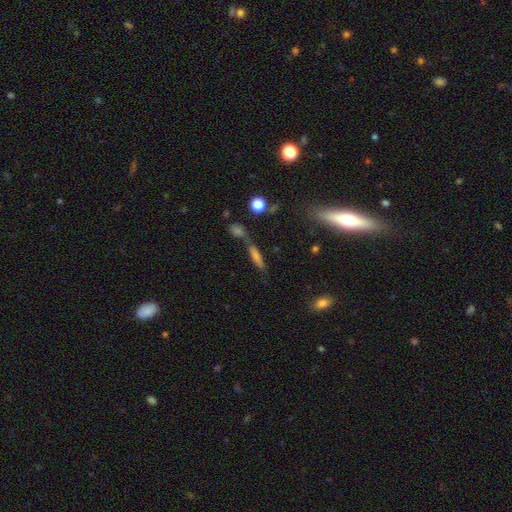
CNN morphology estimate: smooth-or-featured: smooth: 54% | featured or disk: 29% | star or artifact: 16%
  how-rounded: cigar-shaped: 74% | in between: 21% | round: 5%
  merging: none: 49% | merger: 30% | minor disturbance: 13% | major disturbance: 7%